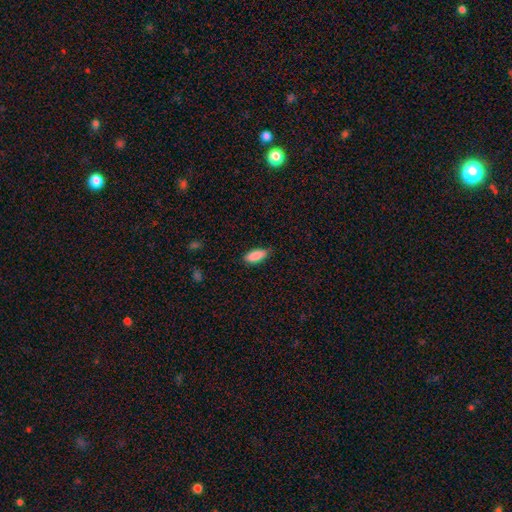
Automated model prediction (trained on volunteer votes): The model was most divided on "merging": none: 78%, minor disturbance: 18%, major disturbance: 3%, merger: 1%. More confident: smooth or featured — smooth (88%); how rounded — in between (82%).